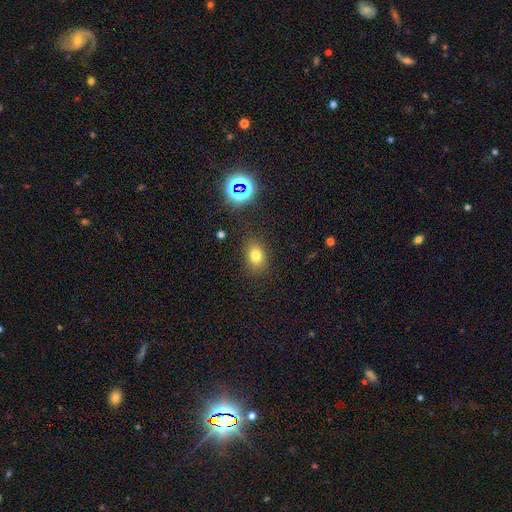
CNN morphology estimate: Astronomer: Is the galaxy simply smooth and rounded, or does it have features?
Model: smooth — 76%.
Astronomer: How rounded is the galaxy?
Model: in between — 66%.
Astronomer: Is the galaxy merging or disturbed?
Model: none — 84%.